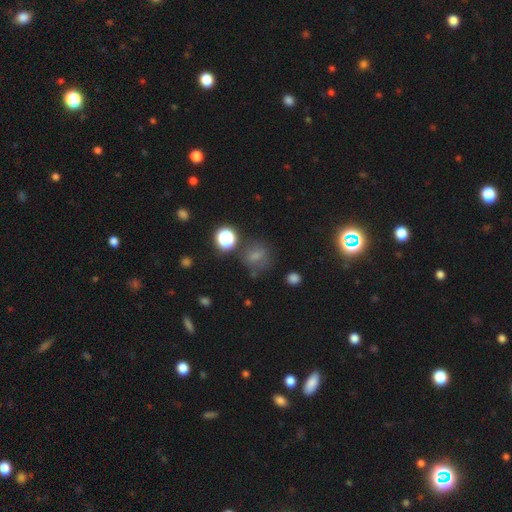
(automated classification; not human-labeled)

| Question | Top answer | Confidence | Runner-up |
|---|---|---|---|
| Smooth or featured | smooth | 64% | star or artifact (23%) |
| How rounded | round | 70% | in between (28%) |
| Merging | none | 64% | minor disturbance (20%) |